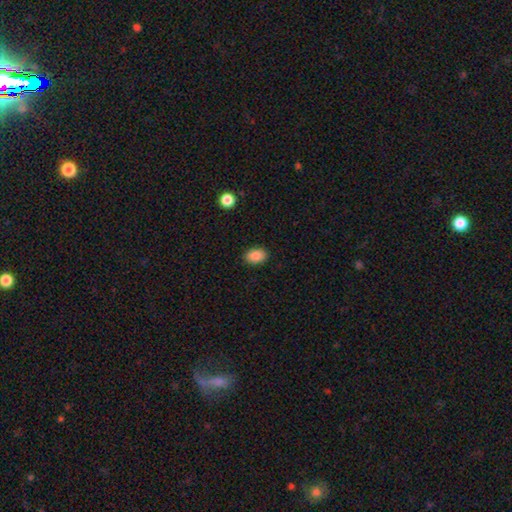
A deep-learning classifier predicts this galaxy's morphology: Overall: smooth (88%). How rounded: in between (83%). Merging: none (89%).